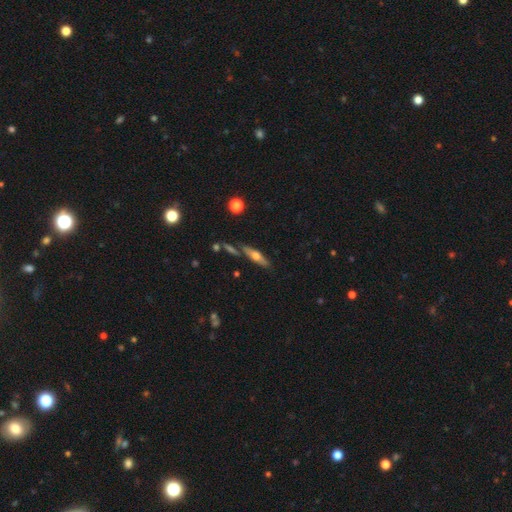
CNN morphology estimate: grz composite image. It shows a featured or disk galaxy (48%). Merging: none (73%).